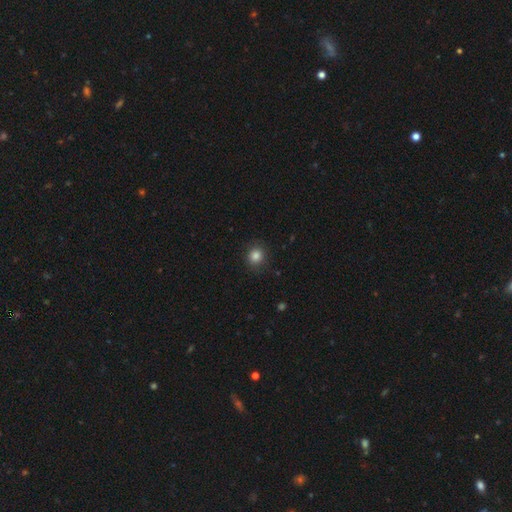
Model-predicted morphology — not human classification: This appears to be a smooth galaxy with no disk features (84%) that is round (86%). Merging: none (87%).